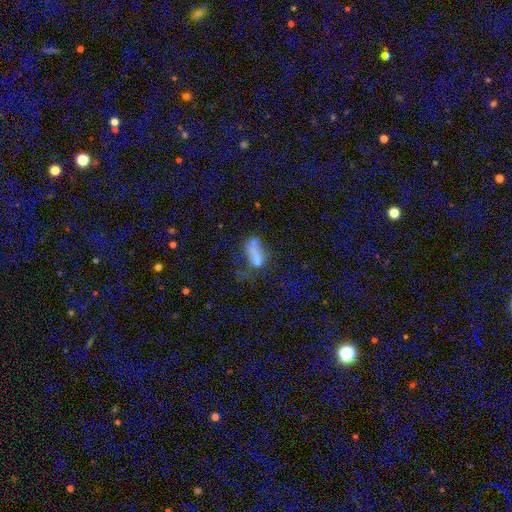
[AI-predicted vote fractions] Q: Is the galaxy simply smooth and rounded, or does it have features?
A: smooth — 57%.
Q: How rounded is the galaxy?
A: in between — 79%.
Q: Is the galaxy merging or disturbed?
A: major disturbance — 32%.